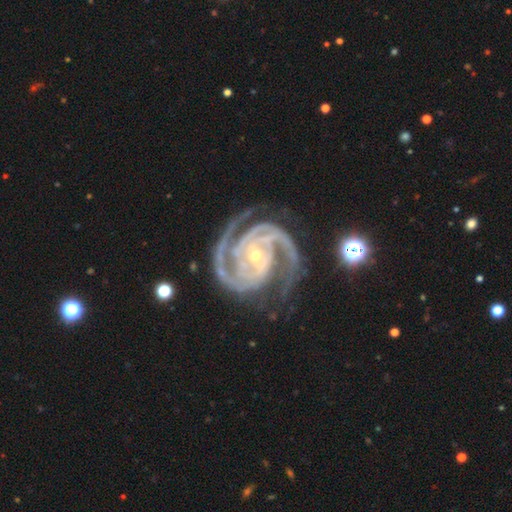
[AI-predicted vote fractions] Morphology: type=featured or disk (94%); edge-on=no (98%); bar=no (52%); spiral arms=yes (99%); winding=tight (63%); arm count=2 (43%); bulge=small (71%); merging=none (70%).